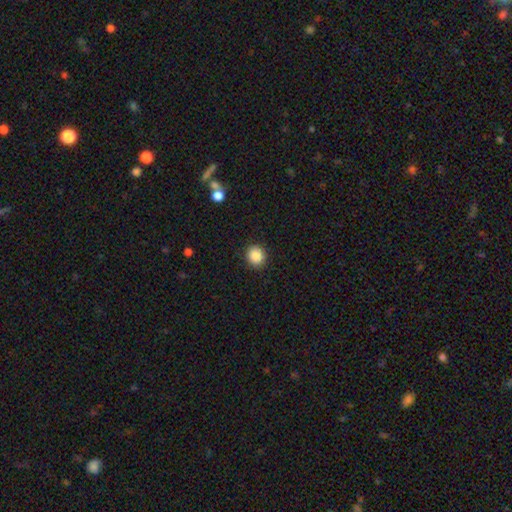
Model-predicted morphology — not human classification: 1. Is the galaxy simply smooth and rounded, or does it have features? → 88% smooth, 9% star or artifact, 4% featured or disk.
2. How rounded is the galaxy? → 86% round, 13% in between, 1% cigar-shaped.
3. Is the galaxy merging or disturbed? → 91% none, 6% minor disturbance, 2% major disturbance, 1% merger.